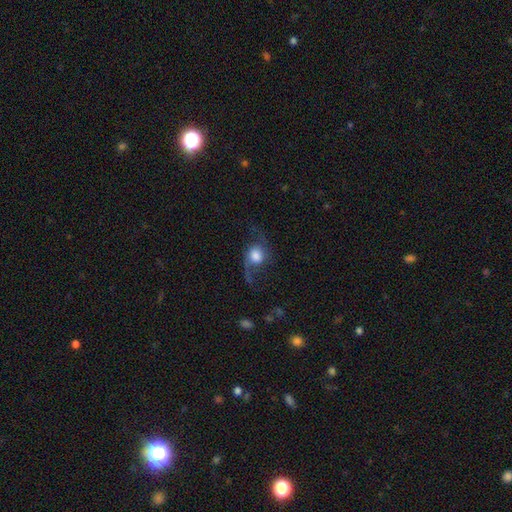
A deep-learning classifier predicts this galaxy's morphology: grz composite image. It shows a featured or disk galaxy (67%) with no bar (67%), 2 (91%) loose (83%) spiral arms (93%) and a large central bulge (44%). Merging: none (61%).